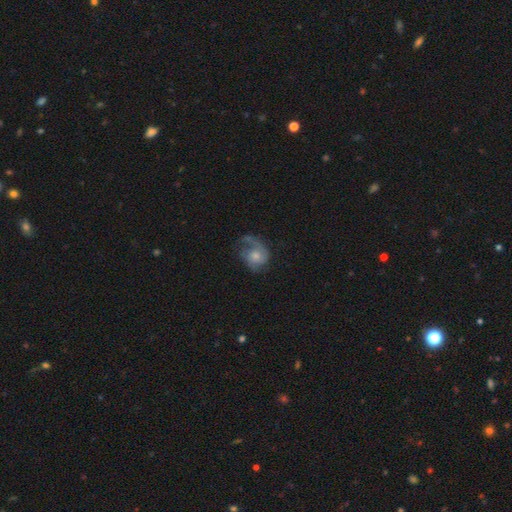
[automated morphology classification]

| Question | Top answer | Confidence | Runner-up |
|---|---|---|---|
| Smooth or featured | featured or disk | 68% | smooth (26%) |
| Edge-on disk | no | 98% | yes (2%) |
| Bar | no | 75% | weak (22%) |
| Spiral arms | yes | 90% | no (10%) |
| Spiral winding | medium | 42% | loose (33%) |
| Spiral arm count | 1 | 50% | 2 (36%) |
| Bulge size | moderate | 49% | small (36%) |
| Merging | none | 45% | major disturbance (30%) |